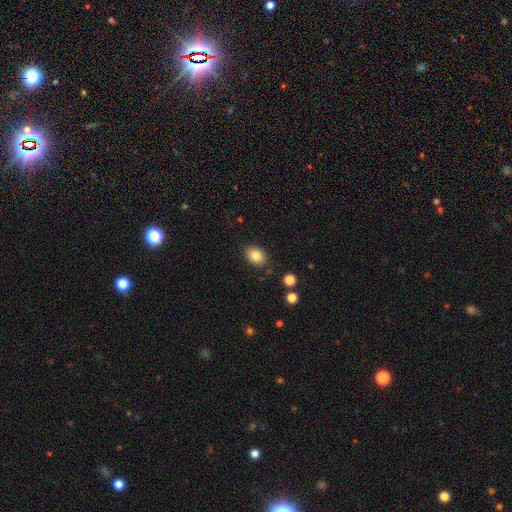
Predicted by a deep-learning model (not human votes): Smooth or featured?
  - smooth: 84% *
  - star or artifact: 9%
  - featured or disk: 7%
How rounded?
  - in between: 68% *
  - round: 31%
  - cigar-shaped: 1%
Merging?
  - none: 85% *
  - minor disturbance: 10%
  - major disturbance: 3%
  - merger: 2%